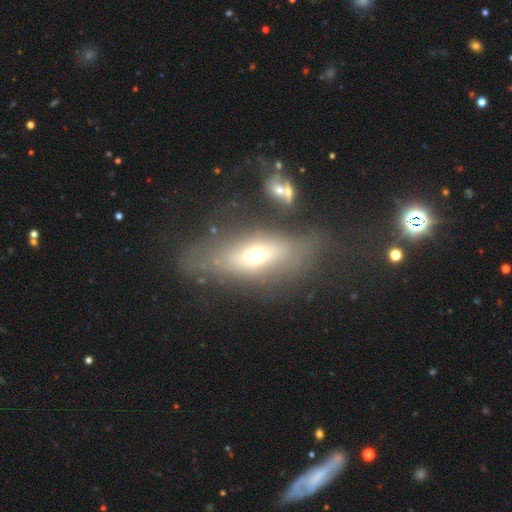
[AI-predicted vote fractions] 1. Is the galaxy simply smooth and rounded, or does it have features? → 49% smooth, 40% featured or disk, 12% star or artifact.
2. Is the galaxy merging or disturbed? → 49% none, 23% major disturbance, 21% minor disturbance, 7% merger.